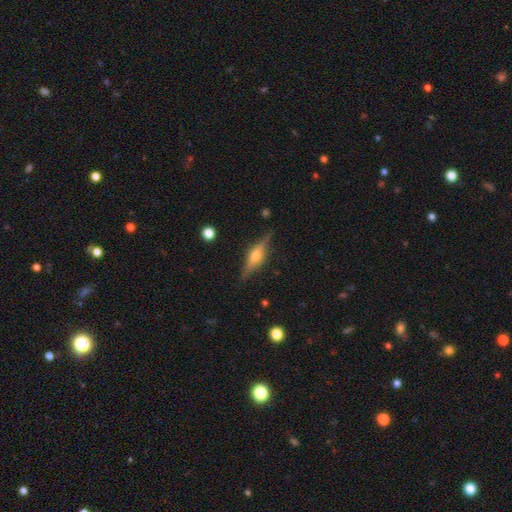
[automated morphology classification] A featured or disk galaxy (73%) viewed edge-on (96%) with a rounded central bulge (88%).

Vote fractions:
- Smooth or featured? featured or disk: 73% / smooth: 20% / star or artifact: 7%
- Edge-on disk? yes: 96% / no: 4%
- Edge-on bulge? rounded: 88% / boxy: 9% / none: 3%
- Merging? none: 86% / minor disturbance: 11% / major disturbance: 3% / merger: 1%